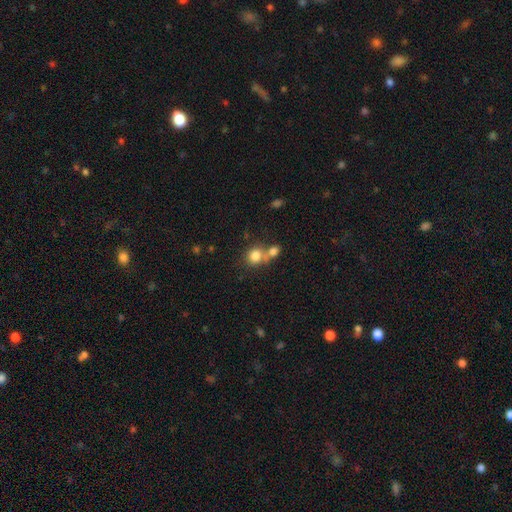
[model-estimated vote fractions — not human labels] Morphology: type=smooth (80%); roundness=round (78%); merging=merger (49%).